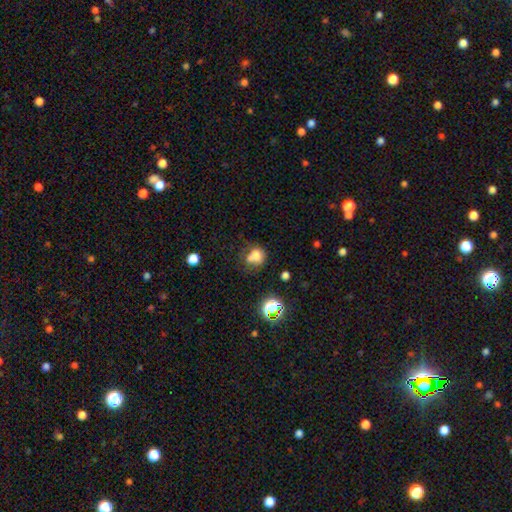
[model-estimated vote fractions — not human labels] Smooth or featured: smooth — 69% (star or artifact — 16%)
How rounded: round — 68% (in between — 31%)
Merging: none — 40% (merger — 35%)